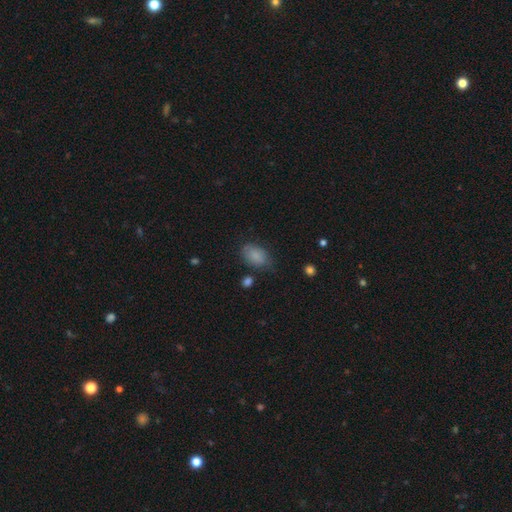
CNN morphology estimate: type=smooth (85%); roundness=in between (87%); merging=none (67%).